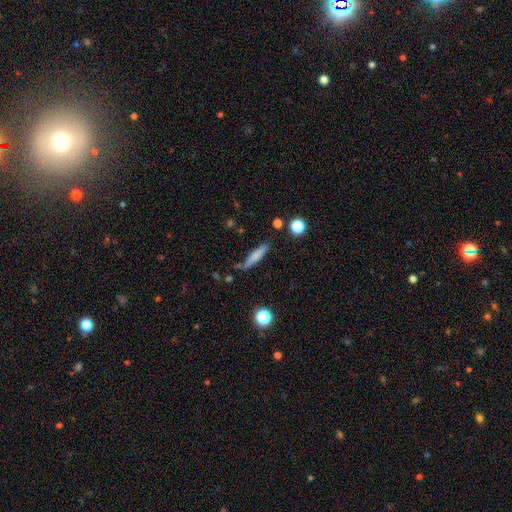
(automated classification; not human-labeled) Smooth or featured: smooth — 71% (featured or disk — 21%)
How rounded: cigar-shaped — 85% (in between — 13%)
Merging: none — 70% (minor disturbance — 20%)